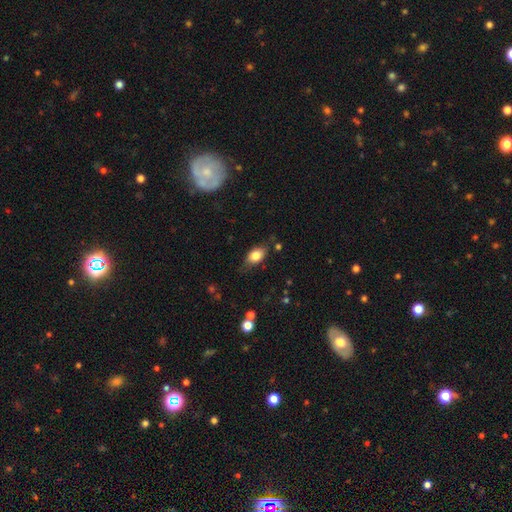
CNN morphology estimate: This appears to be a smooth galaxy with no disk features (80%) that is in between round and cigar-shaped (86%). Merging: none (73%).